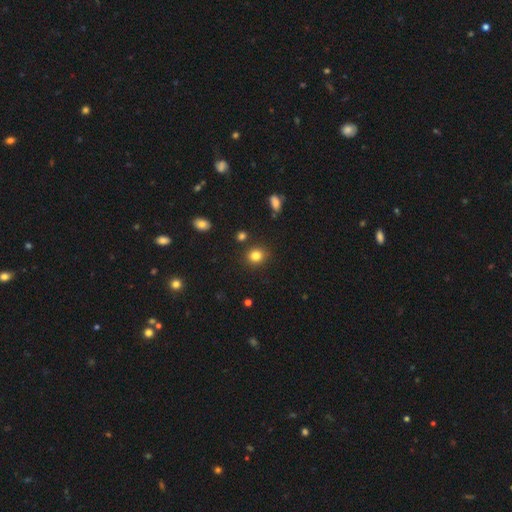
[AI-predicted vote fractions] A smooth galaxy with no disk features (83%) that is round (81%). Merging: none (87%).